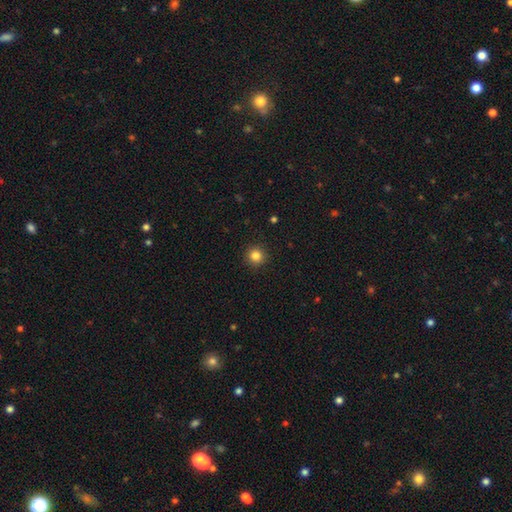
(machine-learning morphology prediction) This appears to be a smooth galaxy with no disk features (83%) that is round (94%). Merging: none (92%).